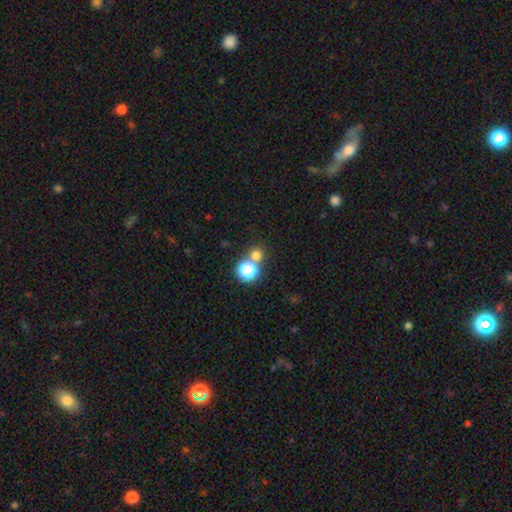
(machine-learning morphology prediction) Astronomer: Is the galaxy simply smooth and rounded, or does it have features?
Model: smooth — 70%.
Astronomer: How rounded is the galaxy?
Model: round — 90%.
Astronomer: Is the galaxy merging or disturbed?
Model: none — 62%.